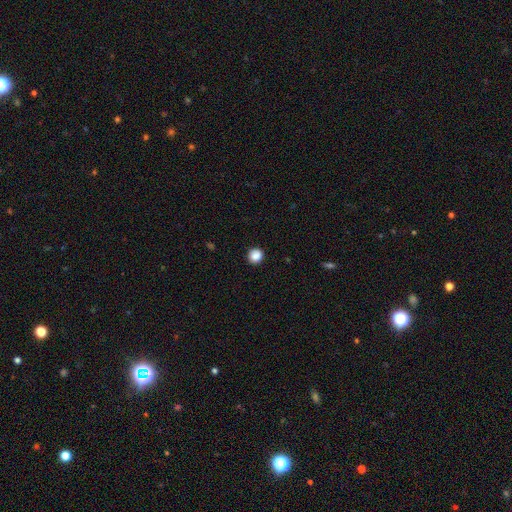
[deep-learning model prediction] A smooth galaxy with no disk features (87%) that is round (91%).

Vote fractions:
- Smooth or featured? smooth: 87% / star or artifact: 10% / featured or disk: 3%
- How rounded? round: 91% / in between: 8% / cigar-shaped: 1%
- Merging? none: 91% / minor disturbance: 6% / major disturbance: 2% / merger: 1%